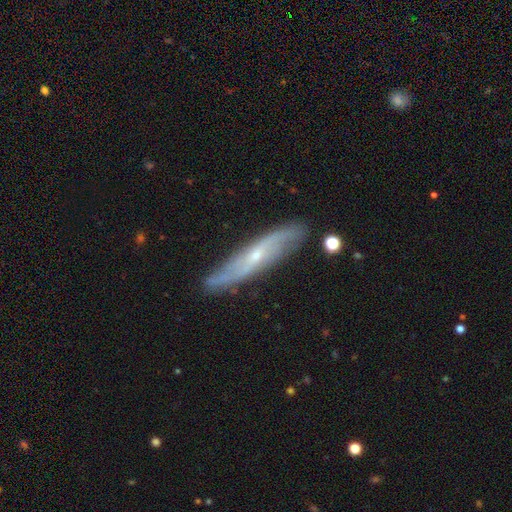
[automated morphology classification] Overall: featured or disk (75%). Edge-on disk: no (56%; yes 44%). Merging: none (81%).